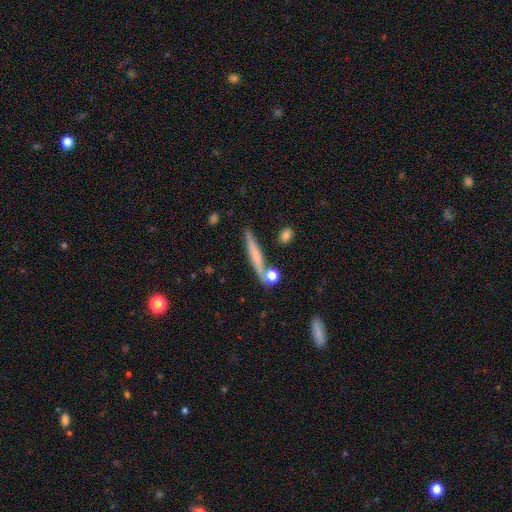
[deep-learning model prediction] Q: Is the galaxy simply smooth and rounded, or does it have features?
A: smooth — 56%.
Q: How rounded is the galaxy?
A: cigar-shaped — 90%.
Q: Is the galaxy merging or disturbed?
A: none — 78%.